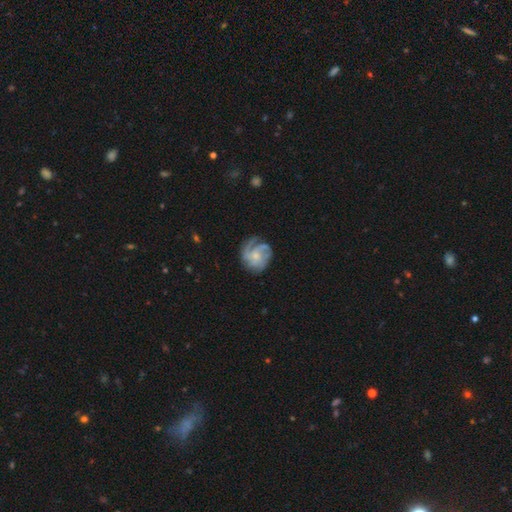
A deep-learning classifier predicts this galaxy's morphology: Smooth or featured: featured or disk — 78% (smooth — 16%)
Edge-on disk: no — 98% (yes — 2%)
Bar: no — 74% (weak — 23%)
Spiral arms: yes — 93% (no — 7%)
Spiral winding: tight — 46% (medium — 39%)
Spiral arm count: 3 — 32% (can't tell — 26%)
Bulge size: small — 53% (moderate — 35%)
Merging: none — 65% (minor disturbance — 21%)